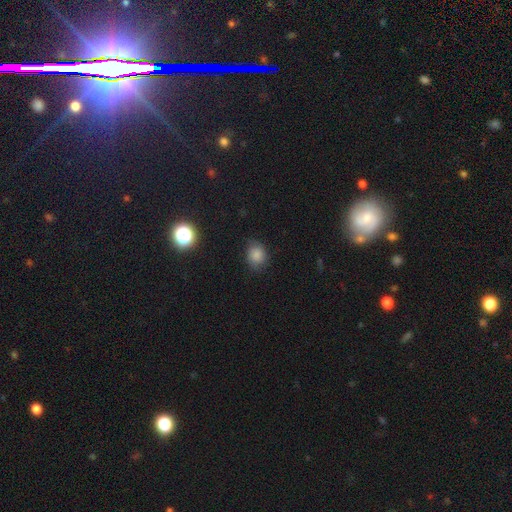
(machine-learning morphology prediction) smooth_or_featured: smooth (p=0.79) [alt: star or artifact p=0.14]
how_rounded: round (p=0.62) [alt: in between p=0.37]
merging: none (p=0.76) [alt: minor disturbance p=0.19]